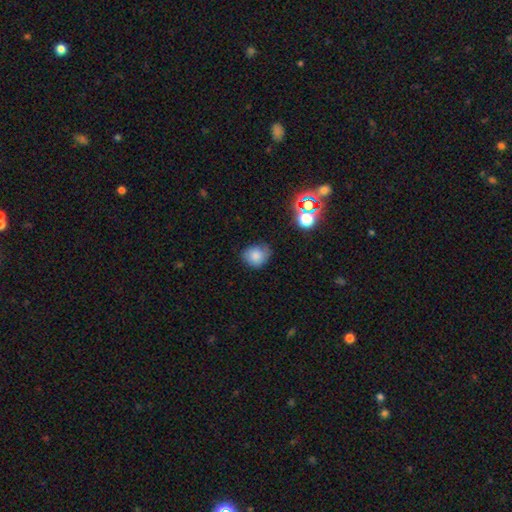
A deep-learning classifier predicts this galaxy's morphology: Smooth or featured?
  - smooth: 81% *
  - star or artifact: 12%
  - featured or disk: 7%
How rounded?
  - round: 71% *
  - in between: 28%
  - cigar-shaped: 1%
Merging?
  - none: 66% *
  - minor disturbance: 27%
  - major disturbance: 5%
  - merger: 2%